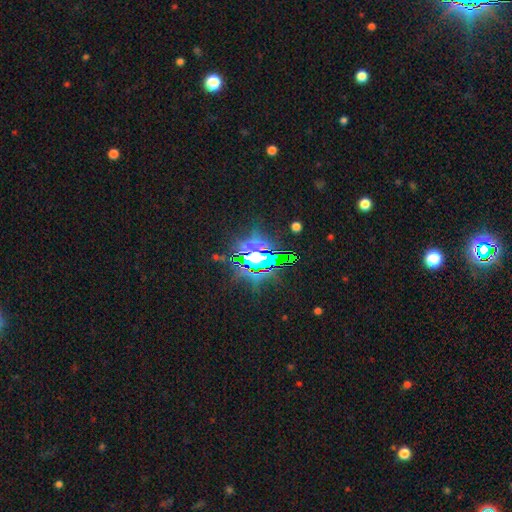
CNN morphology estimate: Q: Smooth or featured?
A: star or artifact (83%); runner-up: smooth (9%)